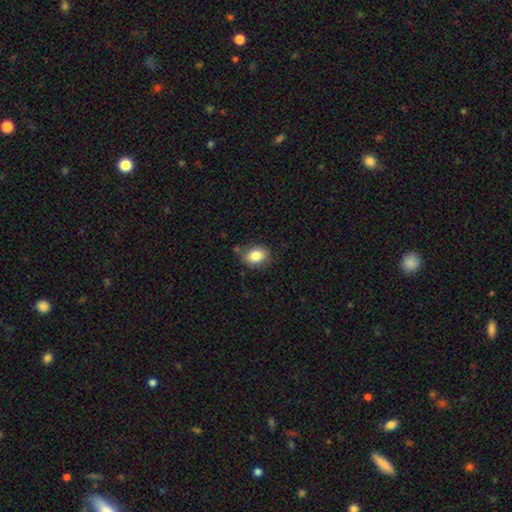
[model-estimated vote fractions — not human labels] This is clearly a smooth galaxy (84%). How rounded: likely in between (64%). Merging: clearly none (82%).